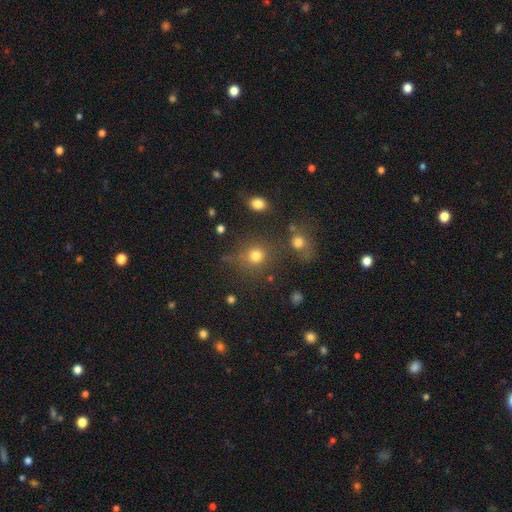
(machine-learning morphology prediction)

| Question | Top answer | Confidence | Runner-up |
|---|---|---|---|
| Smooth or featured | smooth | 76% | star or artifact (17%) |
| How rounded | round | 86% | in between (13%) |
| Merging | none | 72% | minor disturbance (12%) |